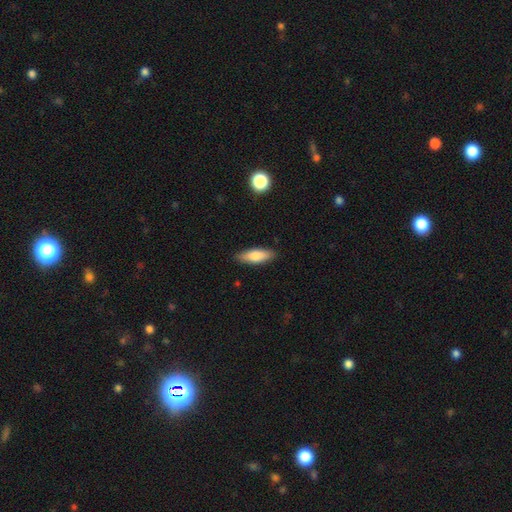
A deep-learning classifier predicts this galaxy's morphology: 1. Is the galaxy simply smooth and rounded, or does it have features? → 79% smooth, 15% featured or disk, 6% star or artifact.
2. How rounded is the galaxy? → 60% in between, 38% cigar-shaped, 2% round.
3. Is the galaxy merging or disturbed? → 87% none, 10% minor disturbance, 2% major disturbance, 1% merger.